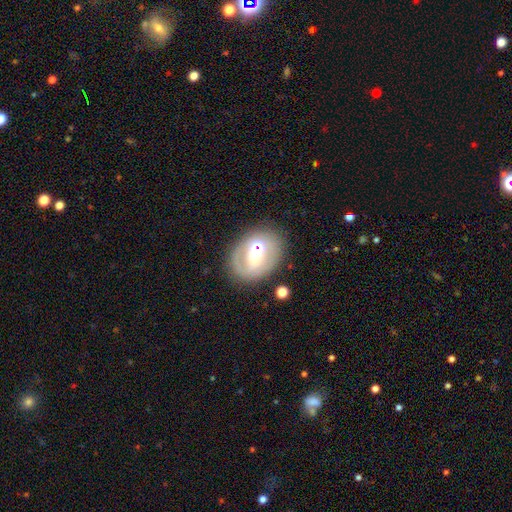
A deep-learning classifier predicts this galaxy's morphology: The model was most divided on "smooth or featured": featured or disk: 52%, smooth: 37%, star or artifact: 11%. More confident: edge-on disk — no (94%); merging — none (60%).